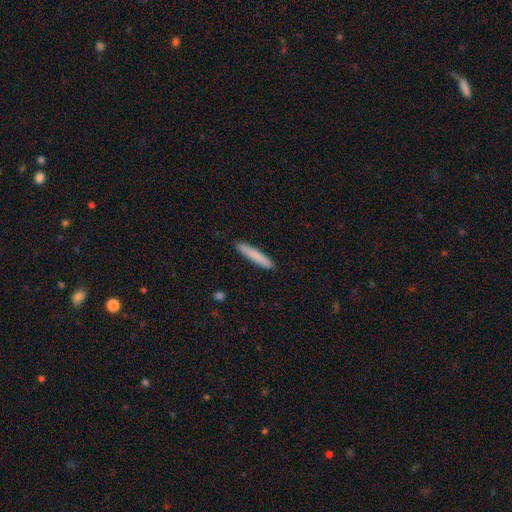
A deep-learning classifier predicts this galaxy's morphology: Overall: smooth (83%). How rounded: cigar-shaped (94%). Merging: none (91%).